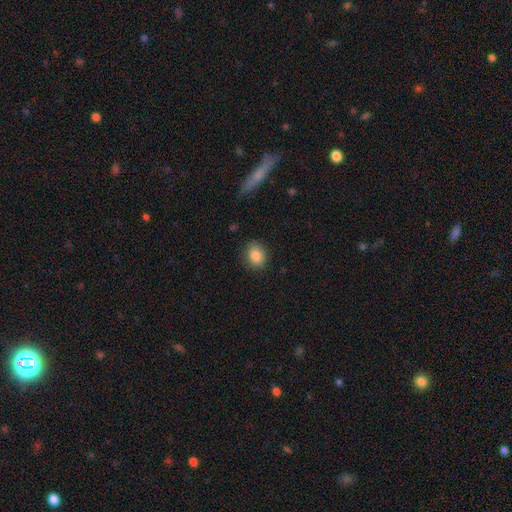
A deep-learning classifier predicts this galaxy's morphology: This is clearly a smooth galaxy (85%). How rounded: possibly round (50%). Merging: clearly none (84%).